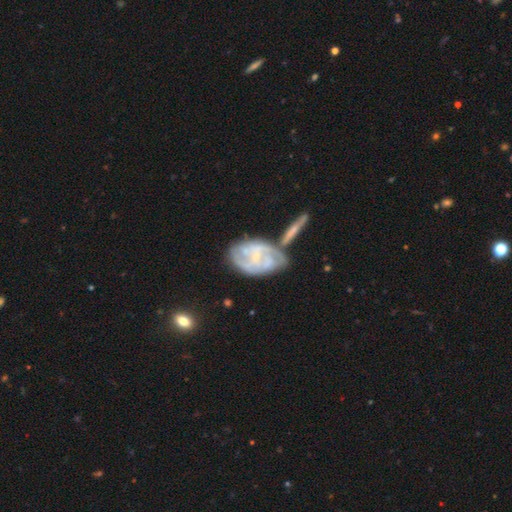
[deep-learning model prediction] A featured or disk galaxy (79%) with no bar (55%), tight (49%) spiral arms (88%) and a small central bulge (72%).

Vote fractions:
- Smooth or featured? featured or disk: 79% / smooth: 15% / star or artifact: 6%
- Edge-on disk? no: 95% / yes: 5%
- Bar? no: 55% / weak: 36% / strong: 9%
- Spiral arms? yes: 88% / no: 12%
- Spiral winding? tight: 49% / medium: 38% / loose: 14%
- Spiral arm count? can't tell: 36% / 2: 28% / 3: 19% / 4: 8% / 1: 4% / more than 4: 4%
- Bulge size? small: 72% / moderate: 16% / none: 9% / large: 1% / dominant: 1%
- Merging? none: 42% / merger: 28% / minor disturbance: 19% / major disturbance: 11%